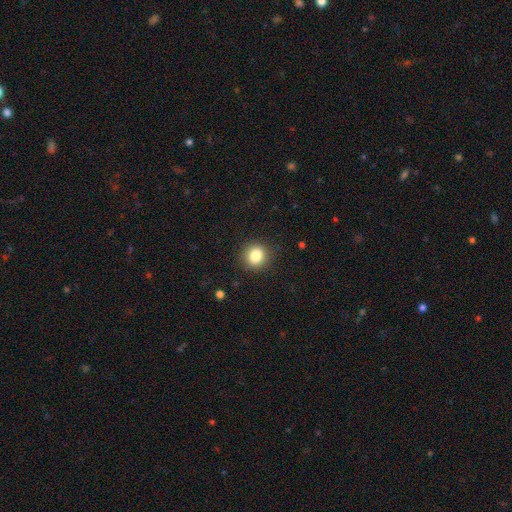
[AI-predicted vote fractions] smooth-or-featured: smooth: 83% | star or artifact: 11% | featured or disk: 6%
  how-rounded: round: 84% | in between: 15% | cigar-shaped: 1%
  merging: none: 89% | minor disturbance: 8% | major disturbance: 2% | merger: 1%